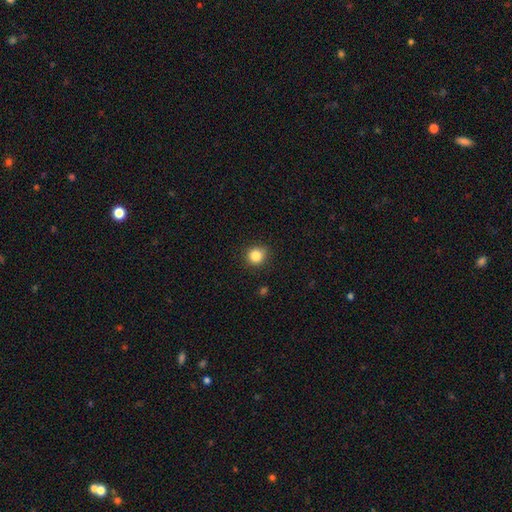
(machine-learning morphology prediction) Smooth or featured?
  - smooth: 84% *
  - star or artifact: 11%
  - featured or disk: 5%
How rounded?
  - round: 88% *
  - in between: 11%
  - cigar-shaped: 1%
Merging?
  - none: 85% *
  - minor disturbance: 11%
  - major disturbance: 3%
  - merger: 1%